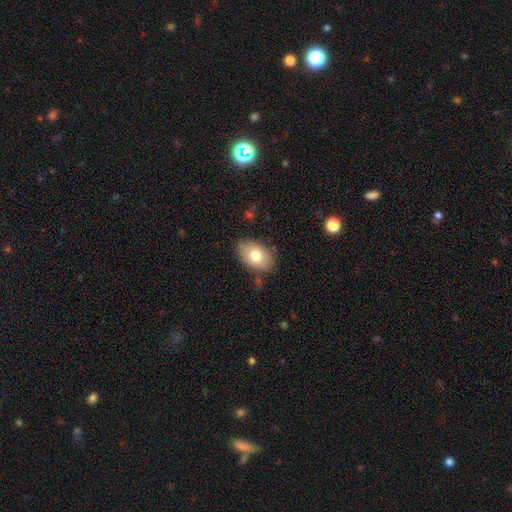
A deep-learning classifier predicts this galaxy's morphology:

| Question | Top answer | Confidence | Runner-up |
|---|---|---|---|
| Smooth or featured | smooth | 74% | featured or disk (18%) |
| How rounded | in between | 87% | round (12%) |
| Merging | none | 78% | minor disturbance (16%) |